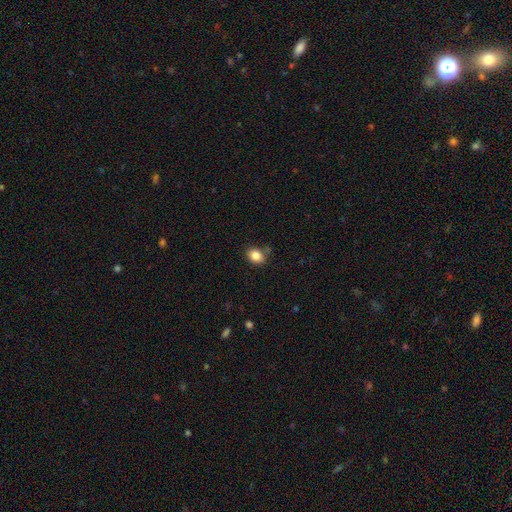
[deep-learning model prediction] This appears to be a smooth galaxy with no disk features (85%) that is in between round and cigar-shaped (57%). Merging: none (77%).